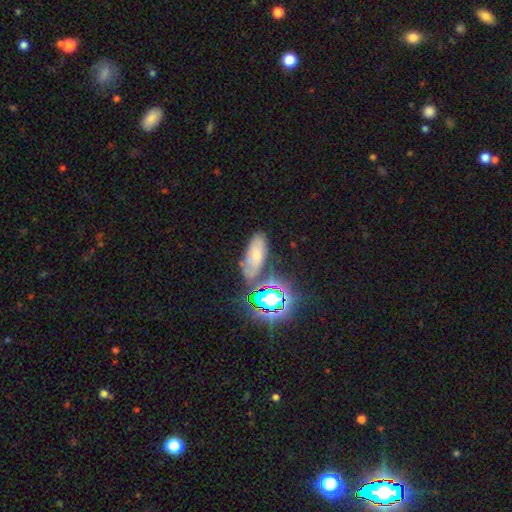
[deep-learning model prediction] smooth_or_featured: smooth (p=0.49) [alt: star or artifact p=0.26]
merging: none (p=0.63) [alt: minor disturbance p=0.20]